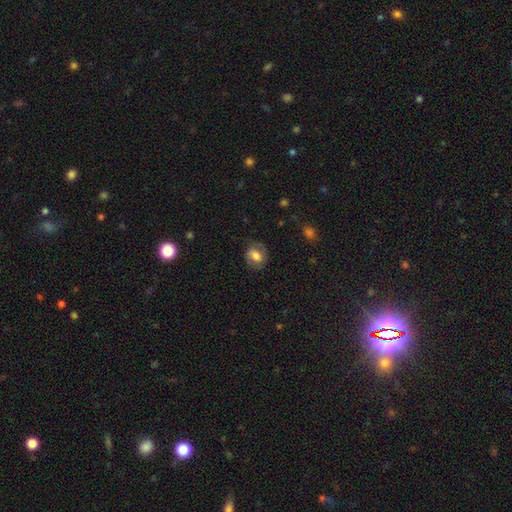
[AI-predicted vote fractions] This appears to be a smooth galaxy with no disk features (65%) that is in between round and cigar-shaped (49%, tied with round). Merging: none (71%).